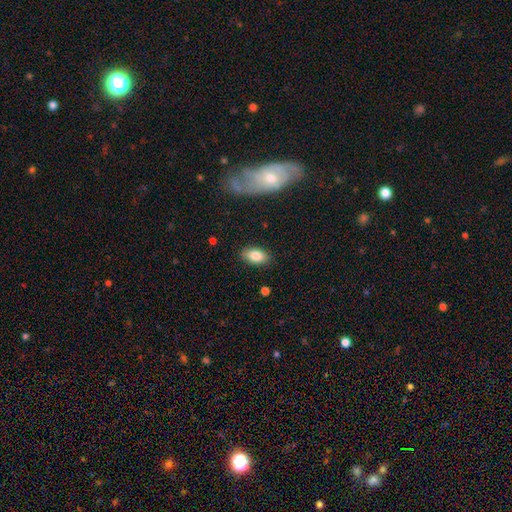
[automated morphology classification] Smooth or featured: smooth — 83% (featured or disk — 9%)
How rounded: in between — 91% (round — 6%)
Merging: none — 86% (minor disturbance — 10%)